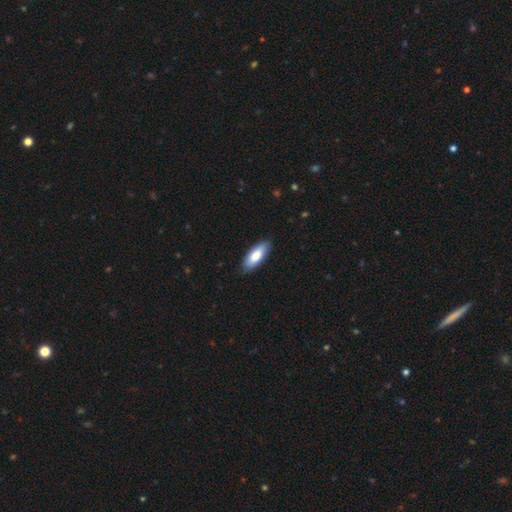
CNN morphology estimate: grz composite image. It shows a smooth galaxy with no disk features (79%) that is in between round and cigar-shaped (72%). Merging: none (87%).